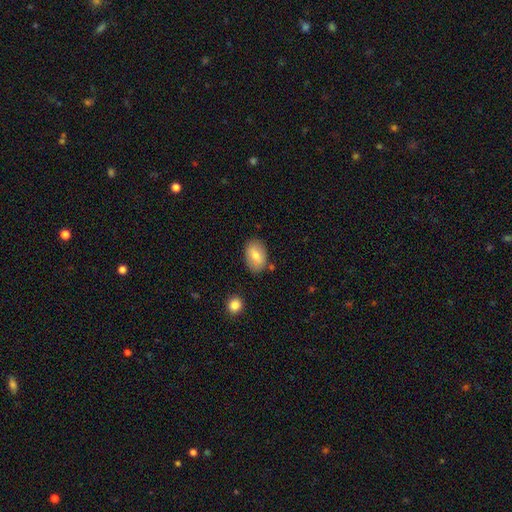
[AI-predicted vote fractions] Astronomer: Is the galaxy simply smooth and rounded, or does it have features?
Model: smooth — 74%.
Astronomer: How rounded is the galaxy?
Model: in between — 87%.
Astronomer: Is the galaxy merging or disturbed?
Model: none — 79%.